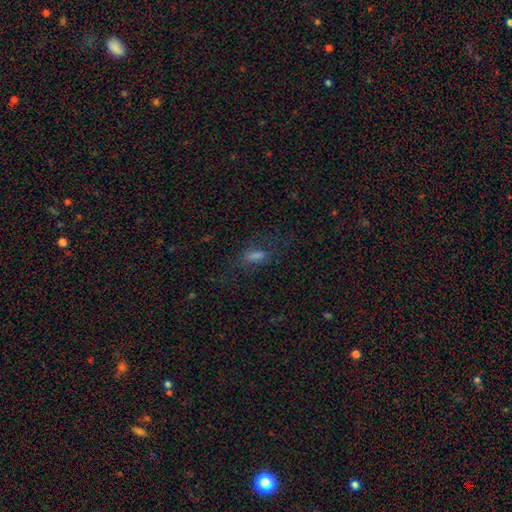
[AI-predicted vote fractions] The model was most divided on "merging": none: 58%, major disturbance: 21%, minor disturbance: 19%, merger: 2%. More confident: how rounded — in between (67%); smooth or featured — smooth (59%).